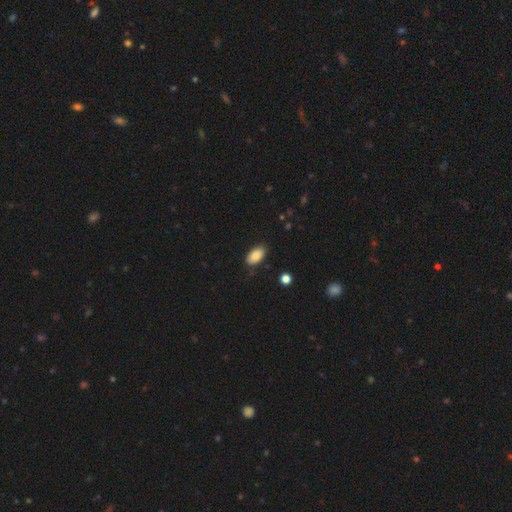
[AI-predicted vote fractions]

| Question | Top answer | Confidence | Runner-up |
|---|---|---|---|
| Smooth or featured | smooth | 85% | featured or disk (7%) |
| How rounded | in between | 94% | round (4%) |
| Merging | none | 84% | minor disturbance (12%) |